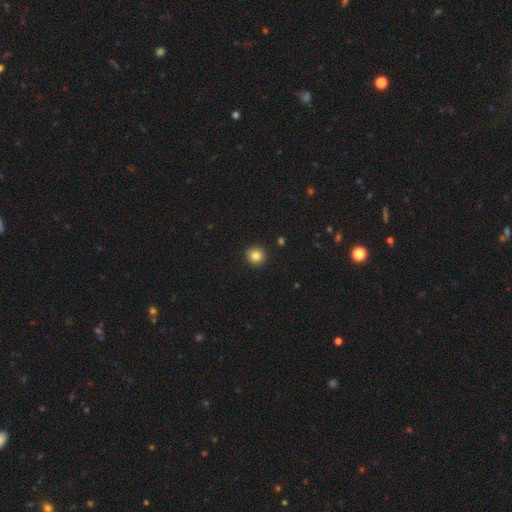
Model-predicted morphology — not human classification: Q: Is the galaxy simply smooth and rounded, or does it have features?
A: smooth — 84%.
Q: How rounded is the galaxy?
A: round — 94%.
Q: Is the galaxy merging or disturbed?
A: none — 93%.